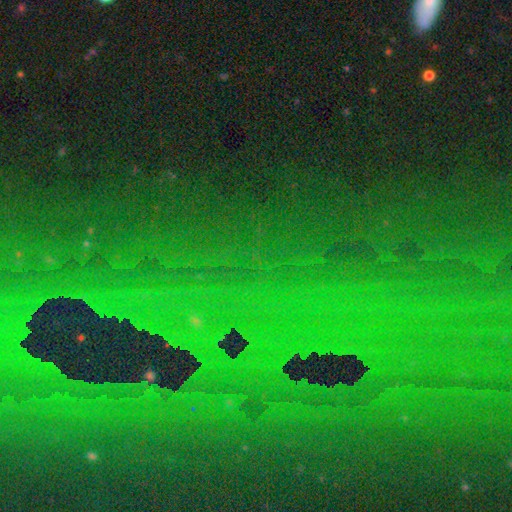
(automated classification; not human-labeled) The model was most divided on "smooth or featured": star or artifact: 84%, smooth: 8%, featured or disk: 8%.